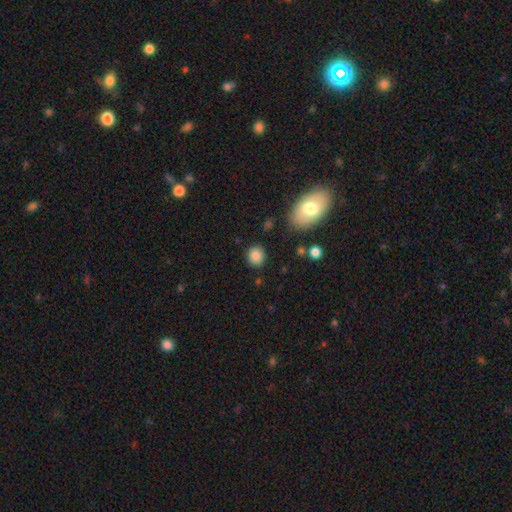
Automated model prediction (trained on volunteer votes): Smooth or featured: smooth — 85% (star or artifact — 10%)
How rounded: round — 81% (in between — 17%)
Merging: none — 87% (minor disturbance — 8%)